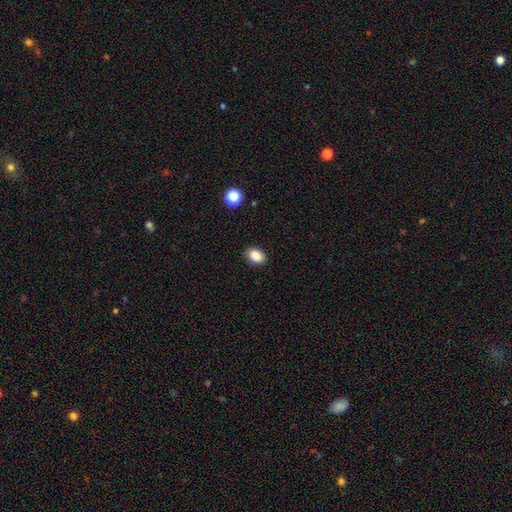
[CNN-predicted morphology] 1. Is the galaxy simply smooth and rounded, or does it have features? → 88% smooth, 9% star or artifact, 4% featured or disk.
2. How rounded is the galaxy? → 81% in between, 18% round, 1% cigar-shaped.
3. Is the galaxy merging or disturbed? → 88% none, 9% minor disturbance, 2% major disturbance, 1% merger.